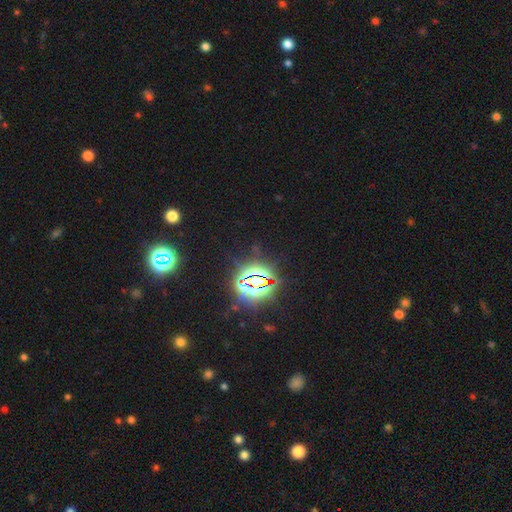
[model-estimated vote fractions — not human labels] Smooth or featured: star or artifact — 83% (smooth — 11%)